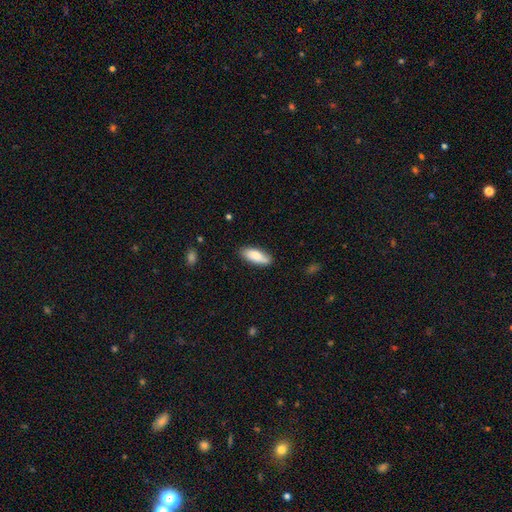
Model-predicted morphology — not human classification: Smooth or featured? Predicted: smooth (p=0.81). How rounded? Predicted: in between (p=0.74). Merging? Predicted: none (p=0.80).